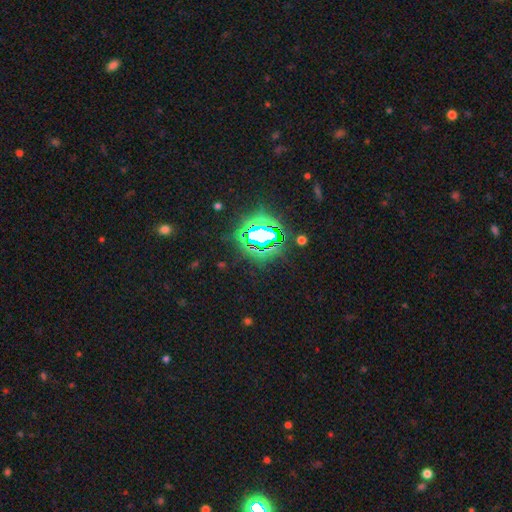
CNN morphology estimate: A star or artifact, not a galaxy (83%).